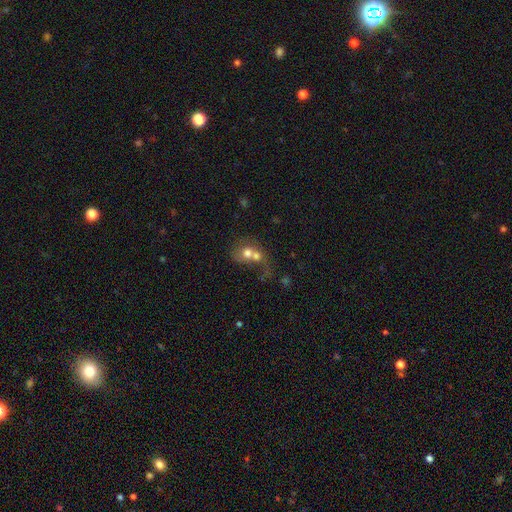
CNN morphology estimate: smooth-or-featured: smooth: 61% | featured or disk: 29% | star or artifact: 10%
  how-rounded: round: 66% | in between: 33% | cigar-shaped: 1%
  merging: merger: 74% | none: 13% | major disturbance: 7% | minor disturbance: 5%